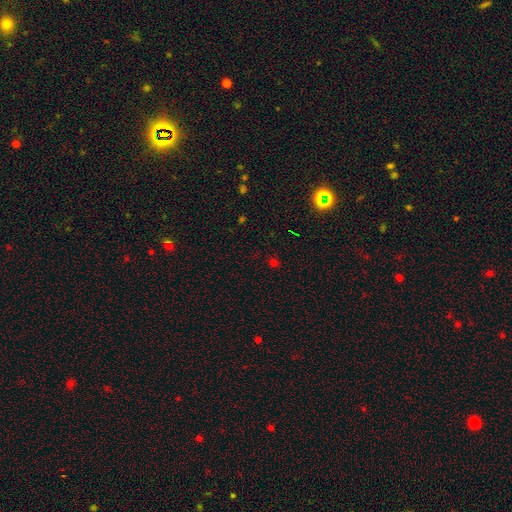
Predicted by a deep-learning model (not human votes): A star or artifact, not a galaxy (53%).